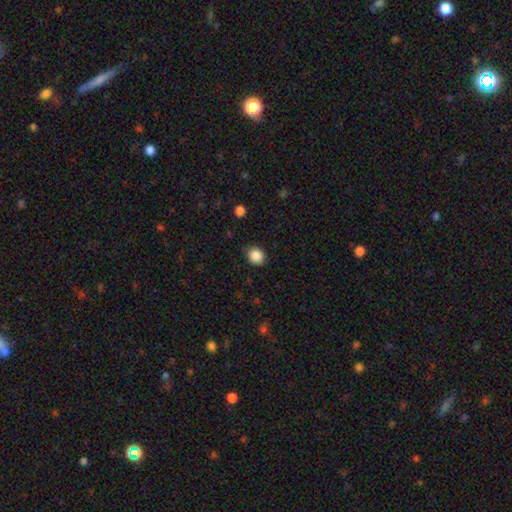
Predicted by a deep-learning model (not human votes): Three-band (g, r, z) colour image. It shows a smooth galaxy with no disk features (87%) that is round (75%). Merging: none (86%).